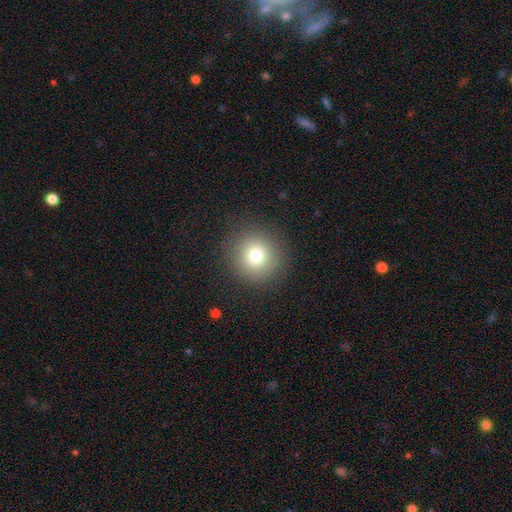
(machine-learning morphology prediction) Overall: smooth (78%). How rounded: round (94%). Merging: none (89%).